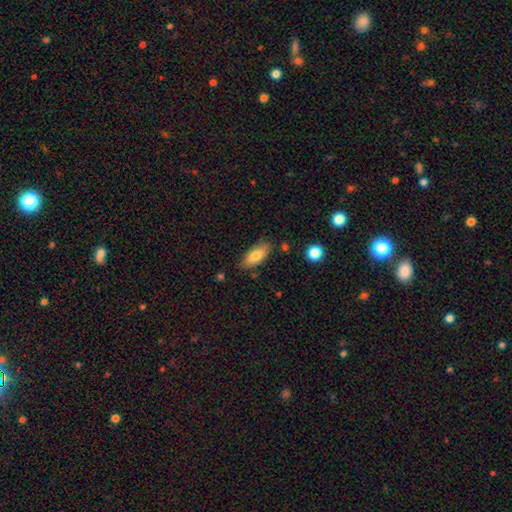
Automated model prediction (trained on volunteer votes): Overall: smooth (78%). How rounded: in between (85%). Merging: none (80%).